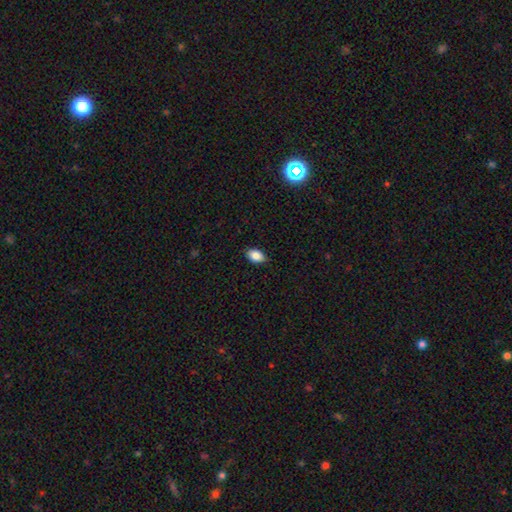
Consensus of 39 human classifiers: smooth-or-featured: smooth: 87% | featured or disk: 8% | star or artifact: 5%
  how-rounded: in between: 91% | round: 9% | cigar-shaped: 0%
  merging: none: 68% | minor disturbance: 27% | major disturbance: 5% | merger: 0%